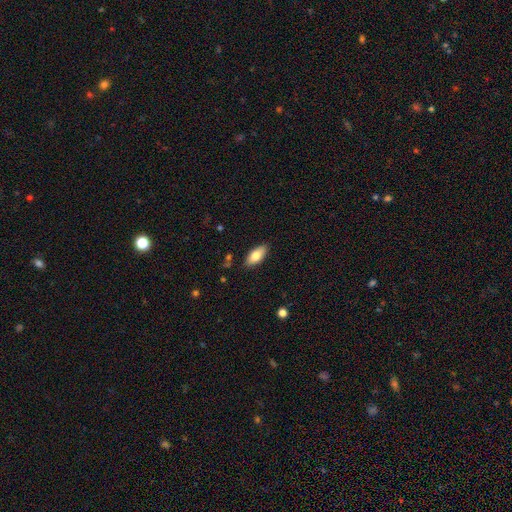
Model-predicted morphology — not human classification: smooth_or_featured: smooth (p=0.78) [alt: featured or disk p=0.15]
how_rounded: in between (p=0.87) [alt: cigar-shaped p=0.11]
merging: none (p=0.86) [alt: minor disturbance p=0.11]